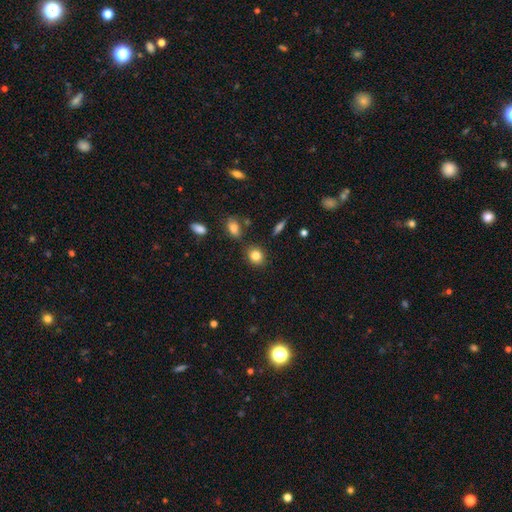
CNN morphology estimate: This is clearly a smooth galaxy (82%). How rounded: likely round (71%). Merging: clearly none (83%).